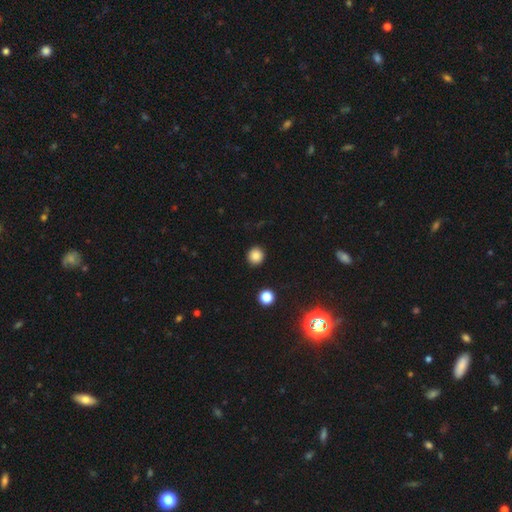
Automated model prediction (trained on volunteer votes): smooth 85%, star or artifact 11%, featured or disk 4%. Down the decision tree: how rounded — round (92%); merging — none (92%).